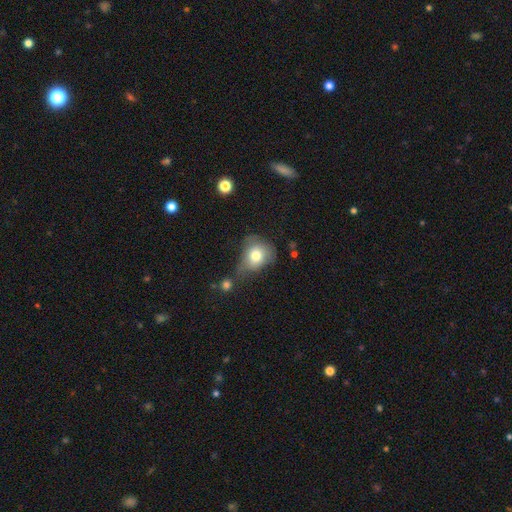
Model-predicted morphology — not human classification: Q: Smooth or featured?
A: smooth (75%); runner-up: featured or disk (16%)
Q: How rounded?
A: round (55%); runner-up: in between (44%)
Q: Merging?
A: none (35%); runner-up: minor disturbance (32%)